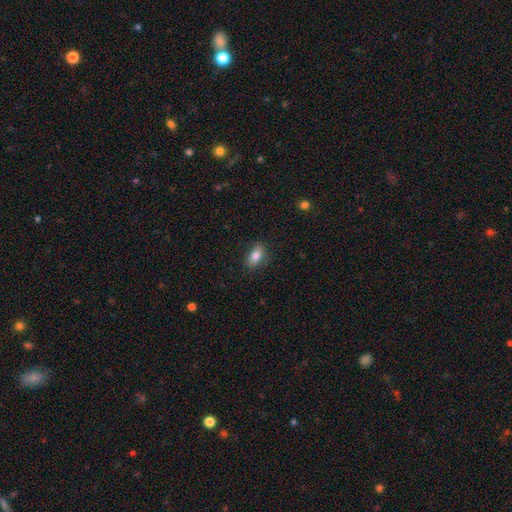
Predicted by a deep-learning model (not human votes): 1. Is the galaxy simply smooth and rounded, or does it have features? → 80% smooth, 12% featured or disk, 8% star or artifact.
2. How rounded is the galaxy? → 86% in between, 8% cigar-shaped, 6% round.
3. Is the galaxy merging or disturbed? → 83% none, 13% minor disturbance, 3% major disturbance, 1% merger.